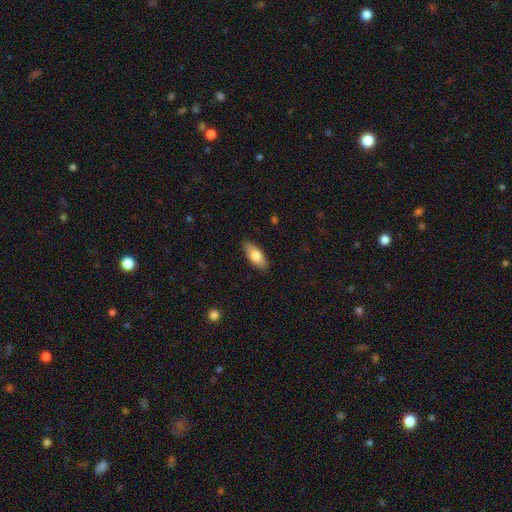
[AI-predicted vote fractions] A smooth galaxy with no disk features (78%) that is in between round and cigar-shaped (81%). Merging: none (87%).